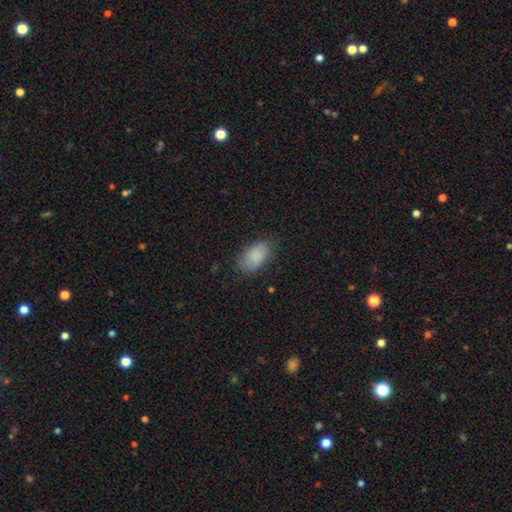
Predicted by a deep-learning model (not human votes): Q: Smooth or featured?
A: smooth (87%); runner-up: star or artifact (7%)
Q: How rounded?
A: in between (93%); runner-up: round (5%)
Q: Merging?
A: none (78%); runner-up: minor disturbance (17%)